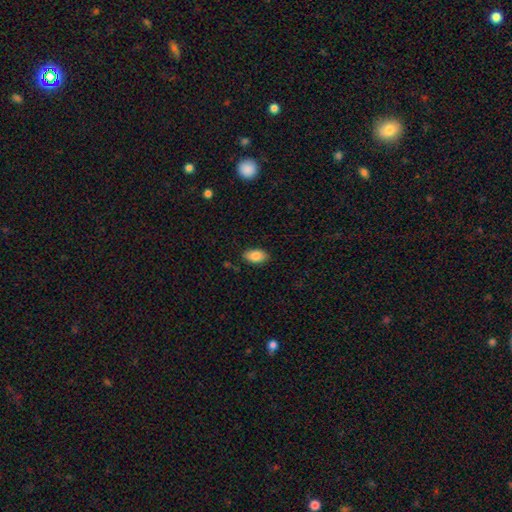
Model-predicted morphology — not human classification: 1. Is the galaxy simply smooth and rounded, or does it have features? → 84% smooth, 9% featured or disk, 7% star or artifact.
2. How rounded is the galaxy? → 92% in between, 6% round, 2% cigar-shaped.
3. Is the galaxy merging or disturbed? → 85% none, 12% minor disturbance, 2% major disturbance, 1% merger.